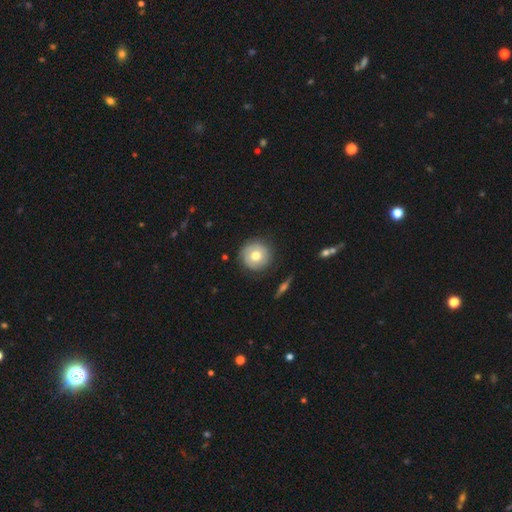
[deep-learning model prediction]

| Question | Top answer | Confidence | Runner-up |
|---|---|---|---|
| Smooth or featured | smooth | 59% | featured or disk (34%) |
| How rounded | round | 94% | in between (5%) |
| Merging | none | 83% | minor disturbance (12%) |